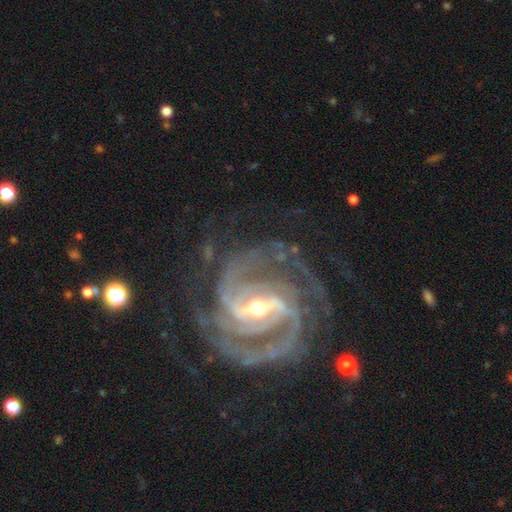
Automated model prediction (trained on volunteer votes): The model was most divided on "bulge size": moderate: 48%, small: 47%, large: 3%, none: 1%, dominant: 1%. Remaining: spiral arms — yes (99%); edge-on disk — no (98%); smooth or featured — featured or disk (93%); merging — none (74%); bar — strong (63%); spiral winding — tight (59%); spiral arm count — 2 (35%).